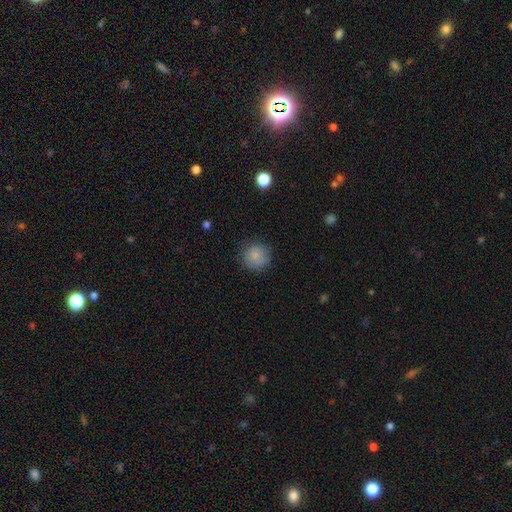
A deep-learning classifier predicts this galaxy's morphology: A smooth galaxy with no disk features (84%) that is round (93%).

Vote fractions:
- Smooth or featured? smooth: 84% / star or artifact: 9% / featured or disk: 7%
- How rounded? round: 93% / in between: 6% / cigar-shaped: 1%
- Merging? none: 82% / minor disturbance: 13% / major disturbance: 4% / merger: 1%